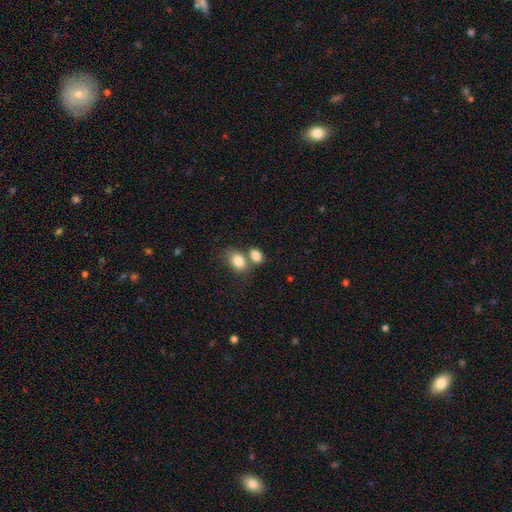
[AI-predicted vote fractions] A smooth galaxy with no disk features (83%) that is in between round and cigar-shaped (81%).

Vote fractions:
- Smooth or featured? smooth: 83% / star or artifact: 9% / featured or disk: 8%
- How rounded? in between: 81% / round: 18% / cigar-shaped: 1%
- Merging? merger: 47% / none: 39% / minor disturbance: 10% / major disturbance: 4%